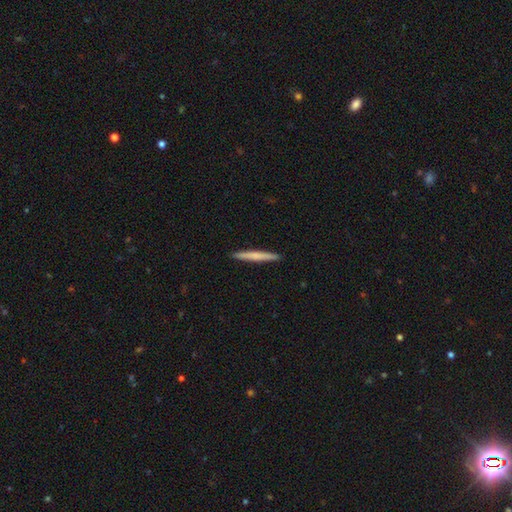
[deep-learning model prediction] Smooth or featured? smooth (62%)
How rounded? cigar-shaped (97%)
Merging? none (93%)